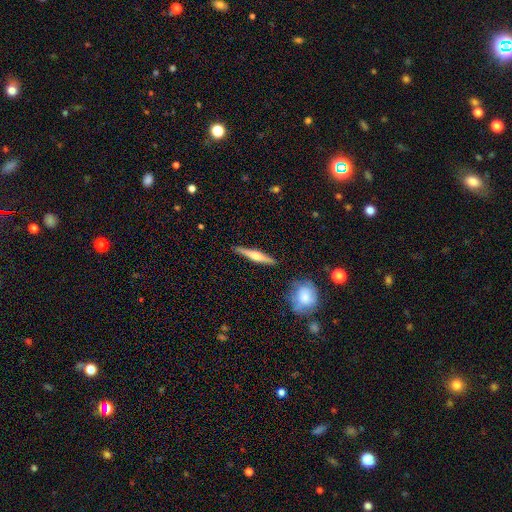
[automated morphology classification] Smooth or featured? featured or disk (66%)
Edge-on disk? yes (97%)
Edge-on bulge? rounded (92%)
Merging? none (89%)